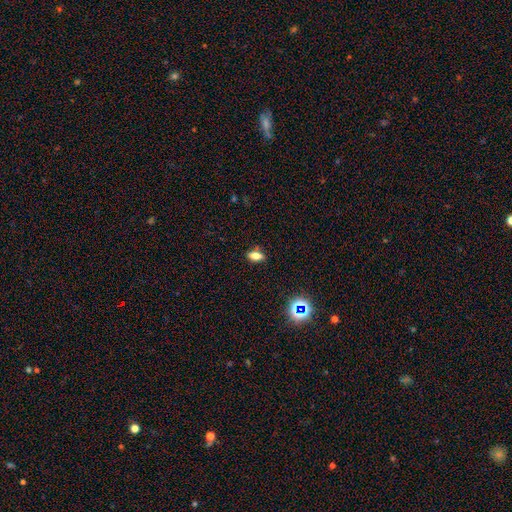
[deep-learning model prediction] Smooth or featured? Predicted: smooth (p=0.71). How rounded? Predicted: in between (p=0.81). Merging? Predicted: none (p=0.83).